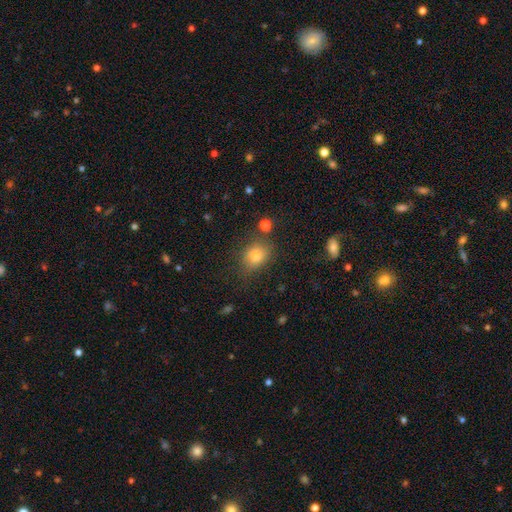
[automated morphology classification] smooth_or_featured: smooth (p=0.76) [alt: star or artifact p=0.13]
how_rounded: in between (p=0.50) [alt: round p=0.49]
merging: none (p=0.74) [alt: minor disturbance p=0.17]